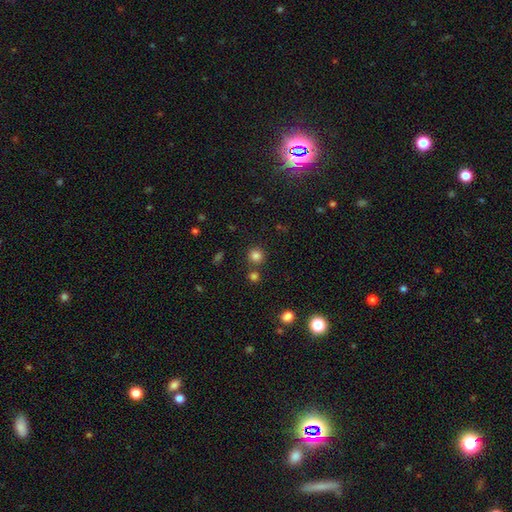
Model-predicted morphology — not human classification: smooth_or_featured: smooth (p=0.81) [alt: star or artifact p=0.14]
how_rounded: round (p=0.92) [alt: in between p=0.07]
merging: none (p=0.78) [alt: merger p=0.12]